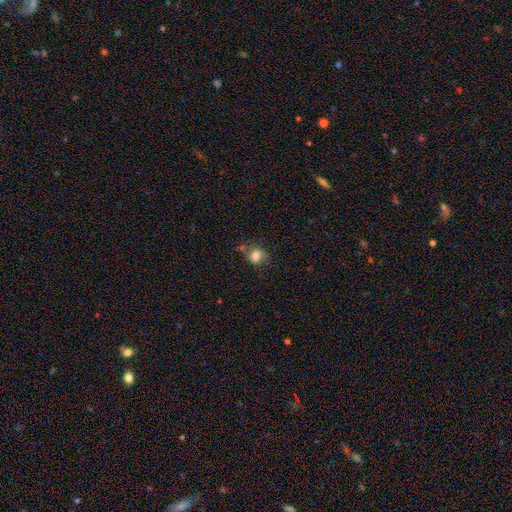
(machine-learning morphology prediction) Smooth or featured?
  - smooth: 78% *
  - featured or disk: 12%
  - star or artifact: 10%
How rounded?
  - round: 65% *
  - in between: 34%
  - cigar-shaped: 1%
Merging?
  - none: 52% *
  - minor disturbance: 26%
  - major disturbance: 11%
  - merger: 10%